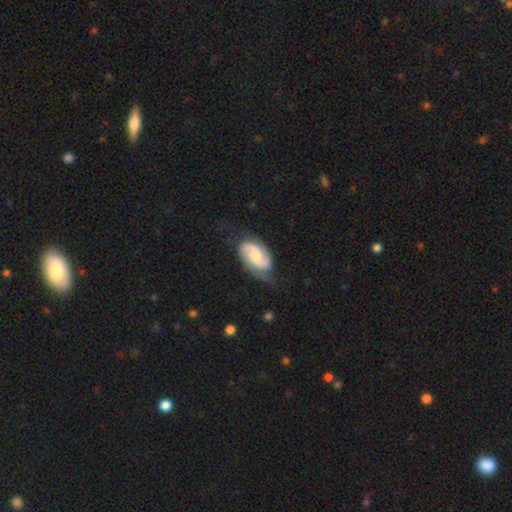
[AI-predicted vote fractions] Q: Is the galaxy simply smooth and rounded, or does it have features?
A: featured or disk — 72%.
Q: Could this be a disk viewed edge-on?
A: no — 97%.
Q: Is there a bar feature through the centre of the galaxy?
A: no — 46%.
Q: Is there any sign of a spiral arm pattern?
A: yes — 94%.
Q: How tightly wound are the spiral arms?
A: medium — 42%.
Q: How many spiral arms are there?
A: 2 — 88%.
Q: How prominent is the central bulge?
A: moderate — 51%.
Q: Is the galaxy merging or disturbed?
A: none — 58%.